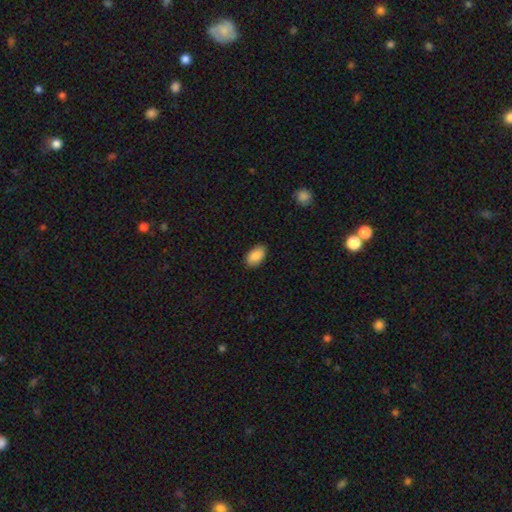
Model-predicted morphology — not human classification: A smooth galaxy with no disk features (88%) that is in between round and cigar-shaped (94%). Merging: none (88%).